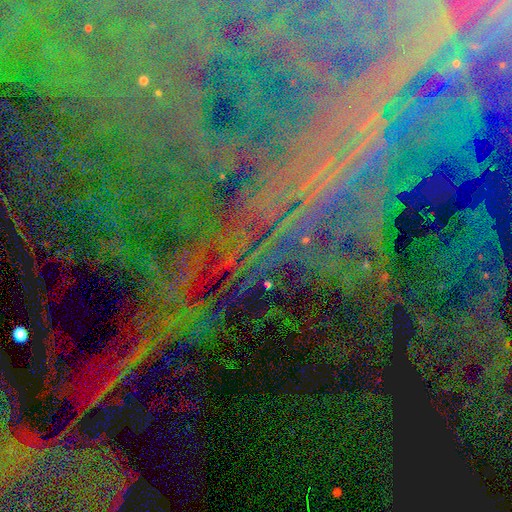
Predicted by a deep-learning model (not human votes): Overall: star or artifact (77%).